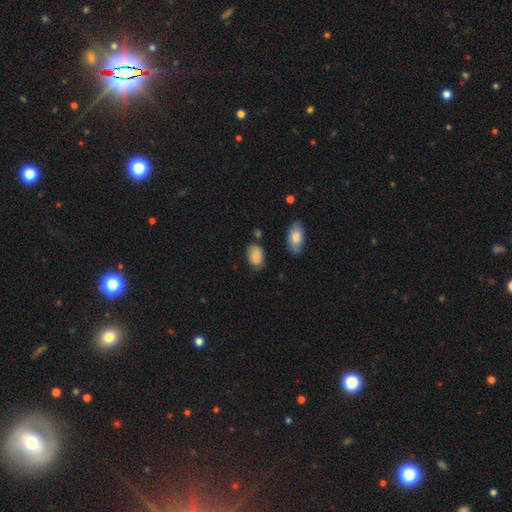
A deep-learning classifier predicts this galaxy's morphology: A smooth galaxy with no disk features (83%) that is in between round and cigar-shaped (85%). Merging: none (64%).